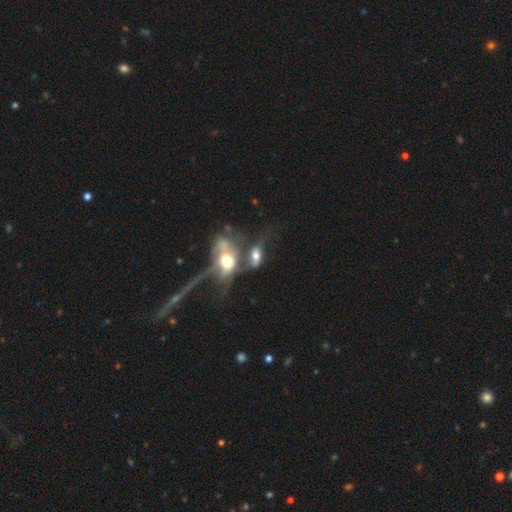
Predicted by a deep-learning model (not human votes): This is marginally a featured or disk galaxy (45%). Merging: likely merger (60%).